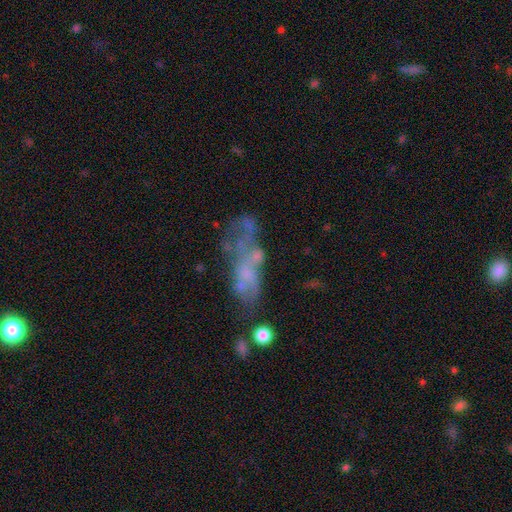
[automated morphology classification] smooth_or_featured: featured or disk (p=0.47) [alt: smooth p=0.37]
merging: merger (p=0.35) [alt: major disturbance p=0.31]